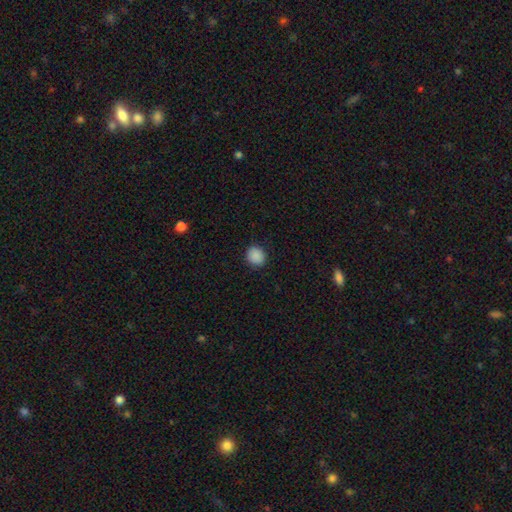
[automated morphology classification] Overall: smooth (89%). How rounded: round (78%). Merging: none (90%).